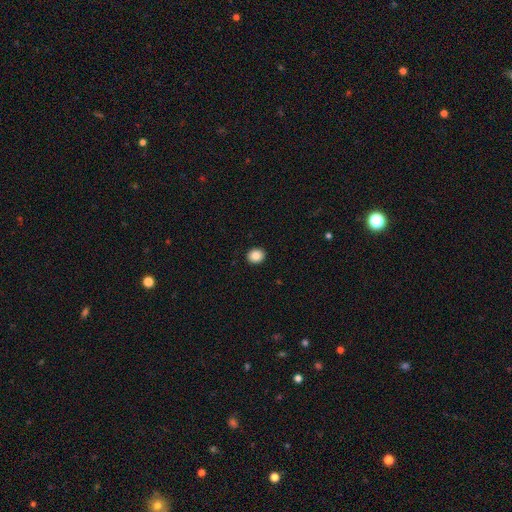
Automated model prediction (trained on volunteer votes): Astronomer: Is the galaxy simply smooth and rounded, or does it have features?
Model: smooth — 87%.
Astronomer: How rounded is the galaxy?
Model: round — 75%.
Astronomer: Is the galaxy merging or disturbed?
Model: none — 93%.